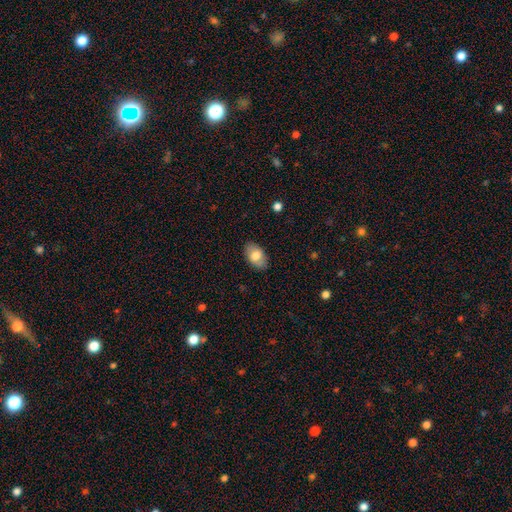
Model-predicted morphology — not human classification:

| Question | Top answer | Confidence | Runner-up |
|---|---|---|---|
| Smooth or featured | smooth | 74% | featured or disk (19%) |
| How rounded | in between | 92% | round (7%) |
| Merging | none | 86% | minor disturbance (11%) |